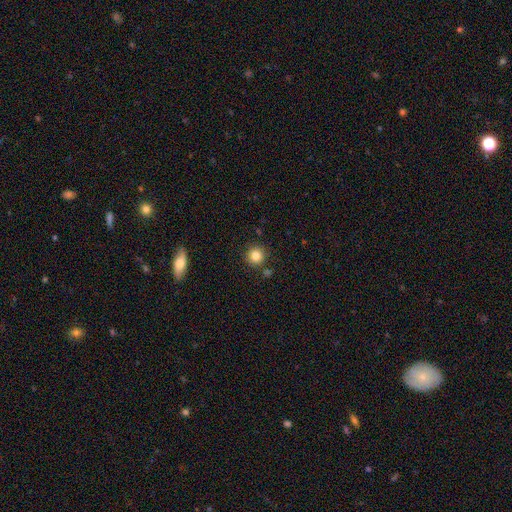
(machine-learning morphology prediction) This appears to be a smooth galaxy with no disk features (83%) that is round (94%). Merging: none (85%).